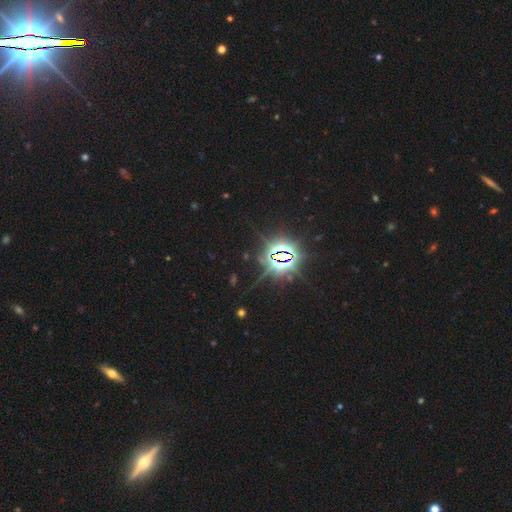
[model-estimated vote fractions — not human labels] smooth_or_featured: star or artifact (p=0.86) [alt: featured or disk p=0.07]